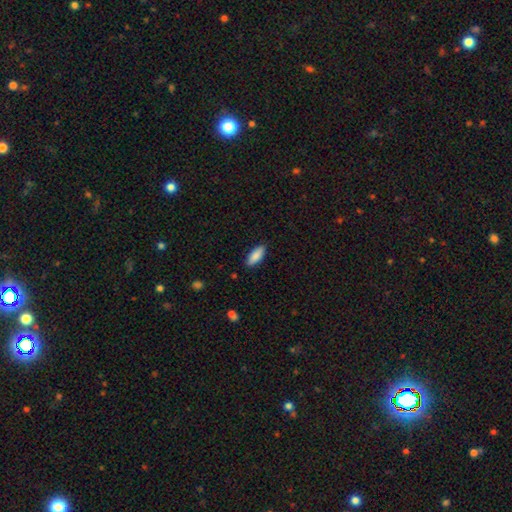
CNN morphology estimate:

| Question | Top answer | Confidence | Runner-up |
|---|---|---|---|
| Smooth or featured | smooth | 88% | star or artifact (6%) |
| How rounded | in between | 76% | cigar-shaped (22%) |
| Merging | none | 88% | minor disturbance (9%) |